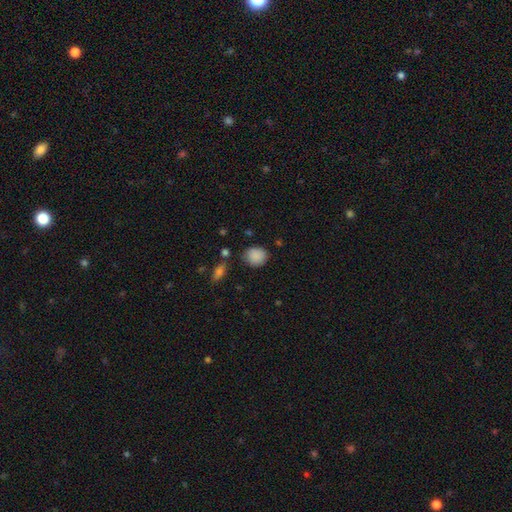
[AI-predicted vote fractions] A smooth galaxy with no disk features (88%) that is round (68%).

Vote fractions:
- Smooth or featured? smooth: 88% / star or artifact: 8% / featured or disk: 5%
- How rounded? round: 68% / in between: 31% / cigar-shaped: 1%
- Merging? none: 75% / minor disturbance: 17% / major disturbance: 4% / merger: 3%